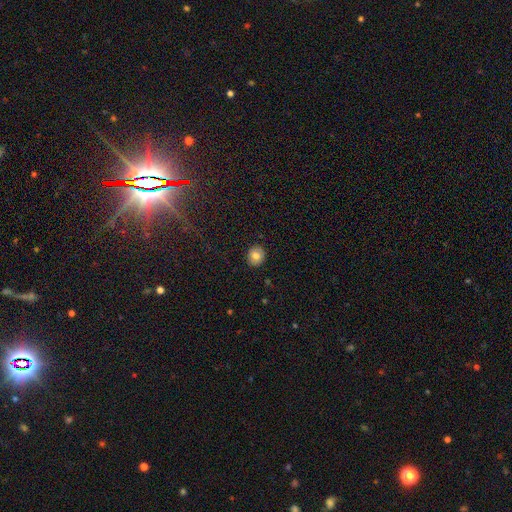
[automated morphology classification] A smooth galaxy with no disk features (78%) that is round (81%). Merging: none (90%).